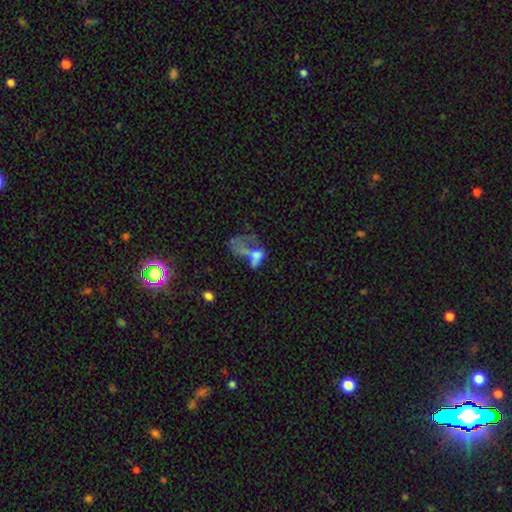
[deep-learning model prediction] Smooth or featured: smooth — 44% (featured or disk — 41%)
Merging: major disturbance — 43% (merger — 35%)